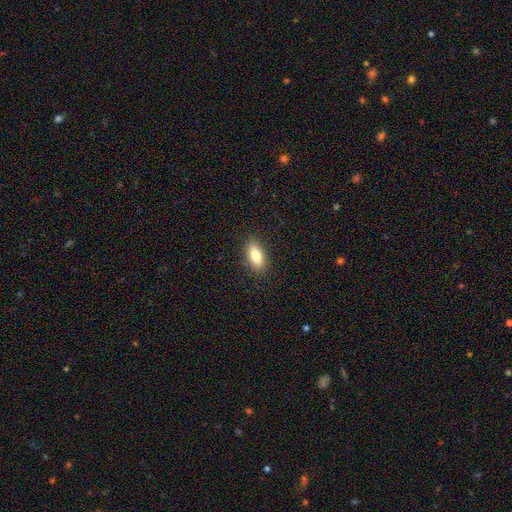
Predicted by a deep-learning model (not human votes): Smooth or featured?
  - smooth: 80% *
  - featured or disk: 13%
  - star or artifact: 7%
How rounded?
  - in between: 80% *
  - cigar-shaped: 17%
  - round: 3%
Merging?
  - none: 88% *
  - minor disturbance: 9%
  - major disturbance: 2%
  - merger: 1%